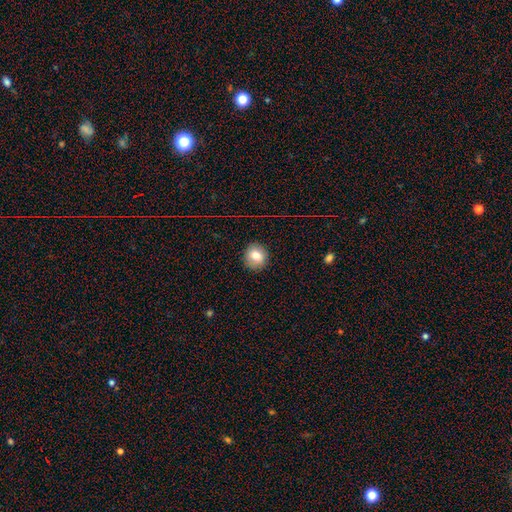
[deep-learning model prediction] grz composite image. It shows a smooth galaxy with no disk features (77%) that is round (79%). Merging: none (89%).